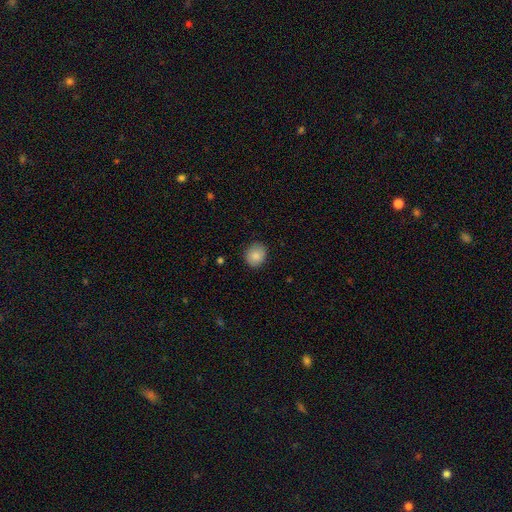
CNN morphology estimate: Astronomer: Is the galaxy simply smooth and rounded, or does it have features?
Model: smooth — 87%.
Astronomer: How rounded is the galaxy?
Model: round — 73%.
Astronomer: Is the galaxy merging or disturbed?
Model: none — 86%.